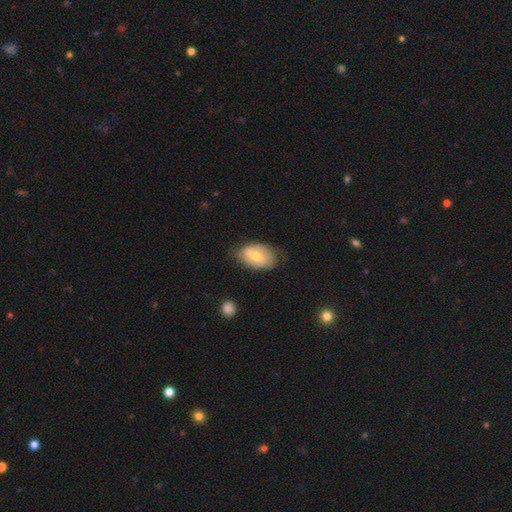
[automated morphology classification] Q: Smooth or featured?
A: smooth (56%); runner-up: featured or disk (37%)
Q: How rounded?
A: in between (89%); runner-up: round (10%)
Q: Merging?
A: none (65%); runner-up: minor disturbance (27%)